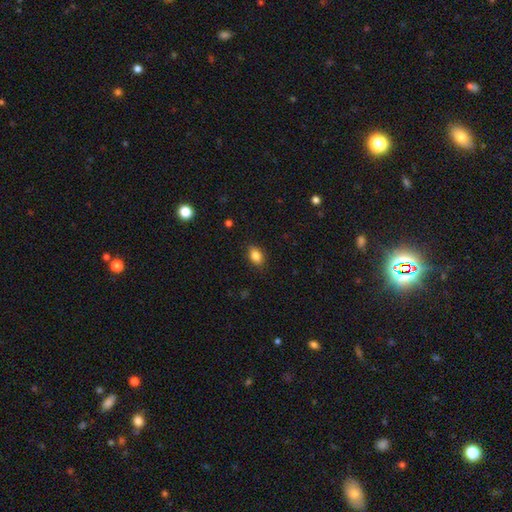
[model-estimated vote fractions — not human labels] Smooth or featured?
  - smooth: 85% *
  - star or artifact: 9%
  - featured or disk: 6%
How rounded?
  - in between: 83% *
  - round: 16%
  - cigar-shaped: 2%
Merging?
  - none: 88% *
  - minor disturbance: 9%
  - major disturbance: 2%
  - merger: 1%